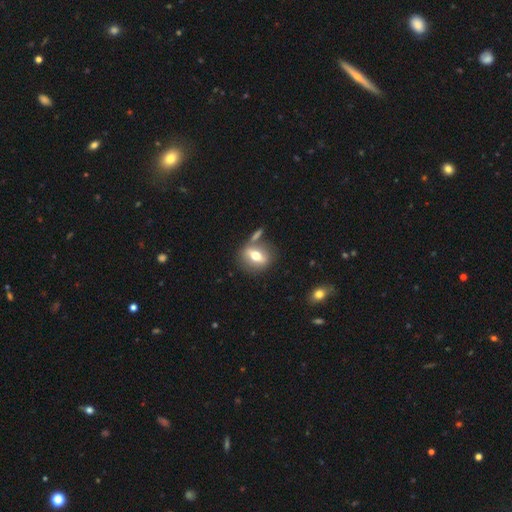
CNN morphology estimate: Overall: smooth (52%; featured or disk 40%). How rounded: in between (54%; round 40%). Merging: none (65%).